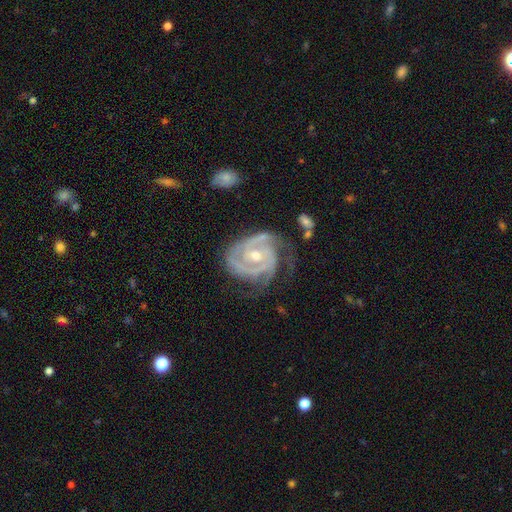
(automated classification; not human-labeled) Morphology: type=featured or disk (91%); edge-on=no (98%); bar=no (61%); spiral arms=yes (97%); winding=tight (69%); arm count=3 (38%); bulge=moderate (63%); merging=none (57%).